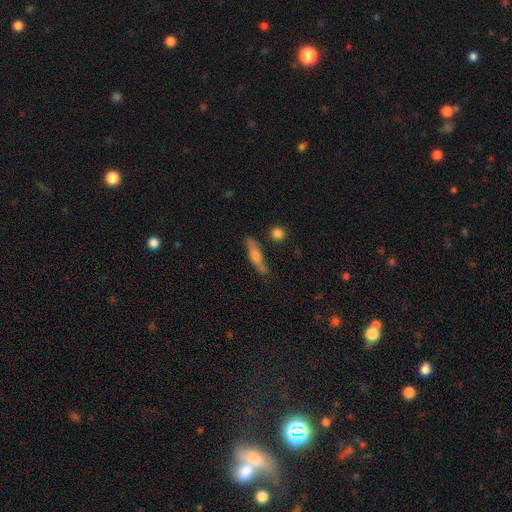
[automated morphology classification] Smooth or featured? smooth (54%)
How rounded? cigar-shaped (78%)
Merging? none (76%)